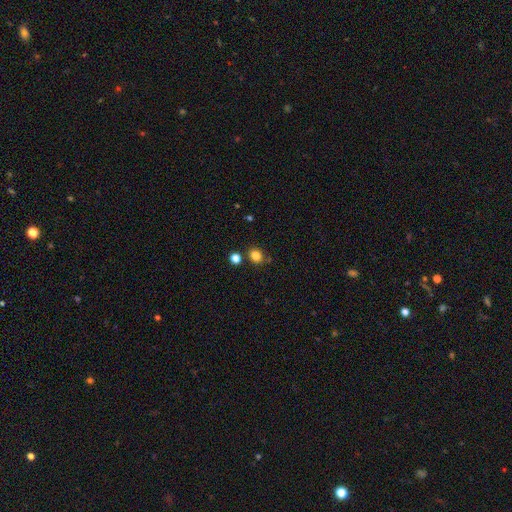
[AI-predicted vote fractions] Morphology: type=smooth (82%); roundness=round (68%); merging=none (79%).